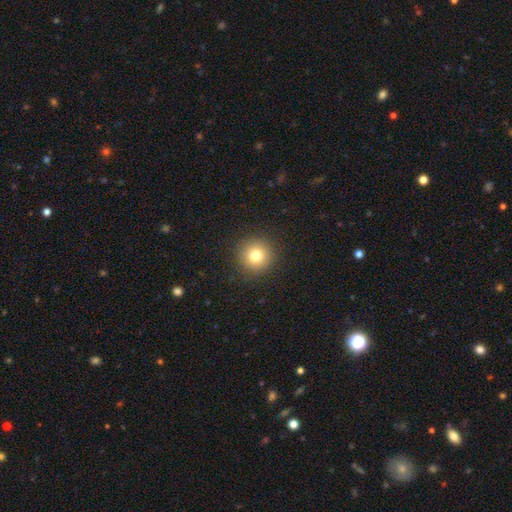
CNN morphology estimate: Overall: smooth (79%). How rounded: round (95%). Merging: none (91%).